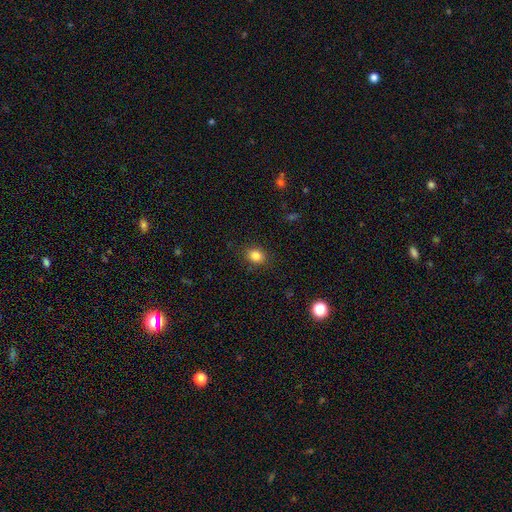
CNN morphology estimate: Smooth or featured?
  - smooth: 84% *
  - star or artifact: 11%
  - featured or disk: 5%
How rounded?
  - round: 54% *
  - in between: 45%
  - cigar-shaped: 1%
Merging?
  - none: 87% *
  - minor disturbance: 9%
  - major disturbance: 3%
  - merger: 1%